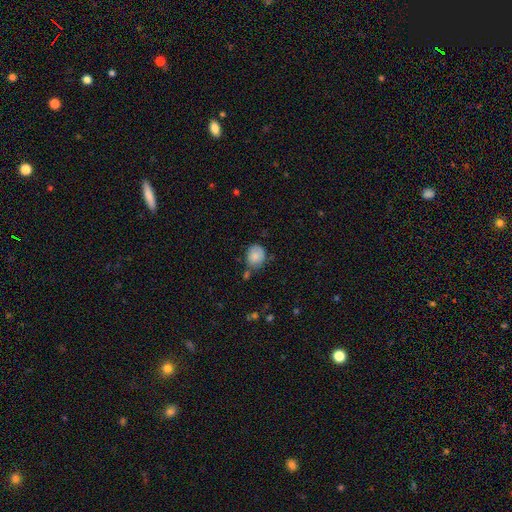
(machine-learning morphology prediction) This is clearly a smooth galaxy (82%). How rounded: likely round (62%). Merging: likely none (63%).